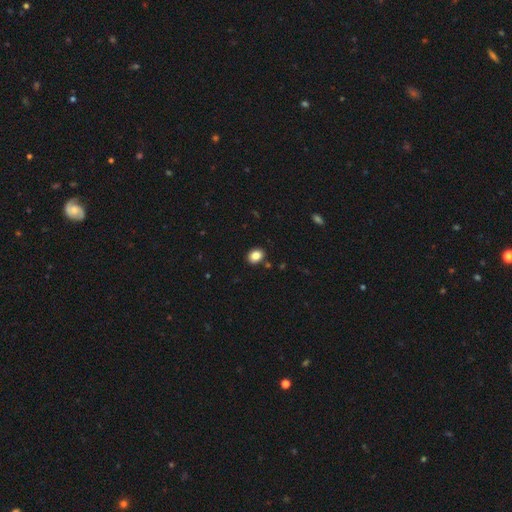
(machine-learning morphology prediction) This is clearly a smooth galaxy (84%). How rounded: possibly in between (56%). Merging: clearly none (87%).